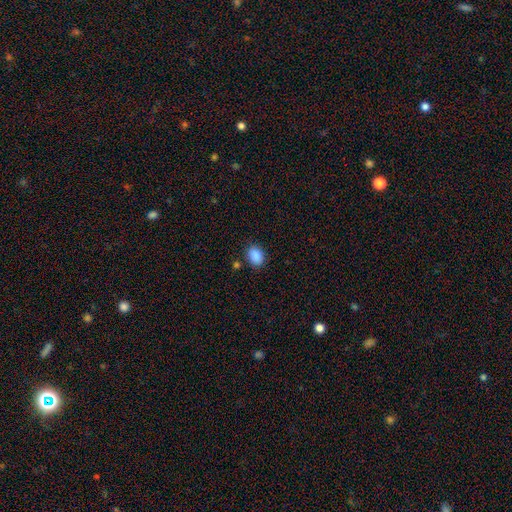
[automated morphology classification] smooth_or_featured: smooth (p=0.88) [alt: star or artifact p=0.08]
how_rounded: in between (p=0.73) [alt: round p=0.26]
merging: none (p=0.83) [alt: minor disturbance p=0.11]